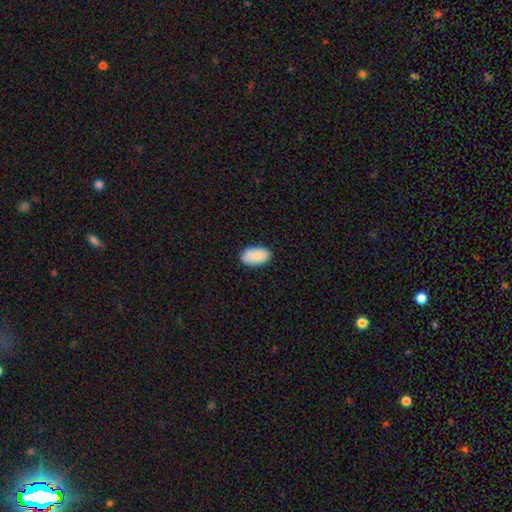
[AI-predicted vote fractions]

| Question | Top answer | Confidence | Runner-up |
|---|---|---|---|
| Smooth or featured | smooth | 87% | star or artifact (7%) |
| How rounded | in between | 94% | round (4%) |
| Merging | none | 84% | minor disturbance (13%) |